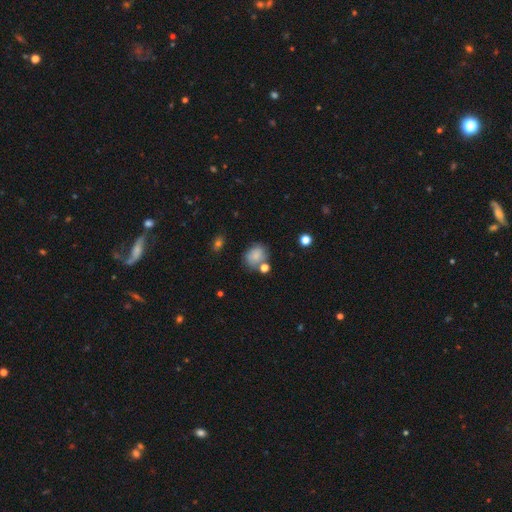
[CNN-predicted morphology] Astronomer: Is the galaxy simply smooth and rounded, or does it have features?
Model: smooth — 79%.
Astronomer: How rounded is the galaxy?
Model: round — 63%.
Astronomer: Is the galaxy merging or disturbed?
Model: none — 61%.